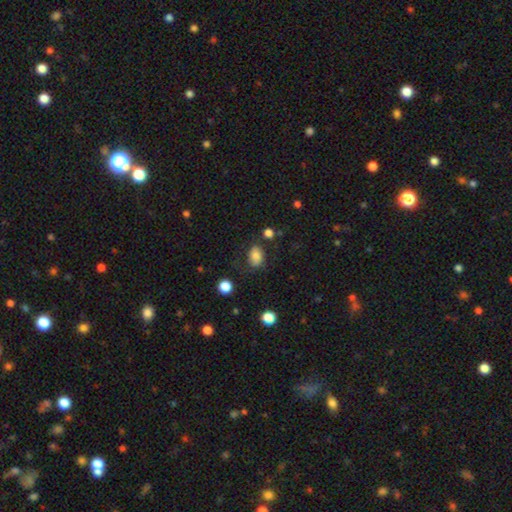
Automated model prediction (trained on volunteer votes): This is clearly a smooth galaxy (82%). How rounded: clearly in between (81%). Merging: likely none (69%).